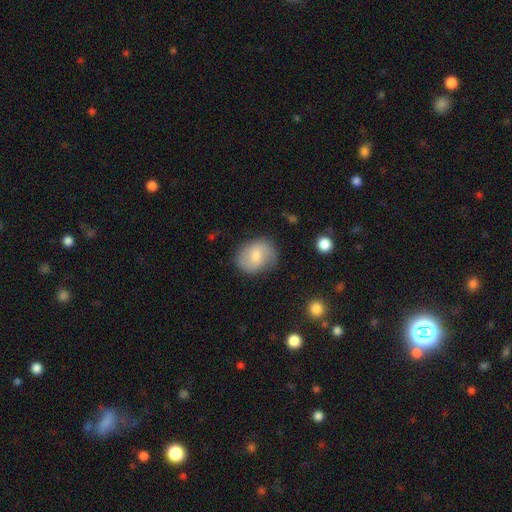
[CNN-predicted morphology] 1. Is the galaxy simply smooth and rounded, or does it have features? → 59% smooth, 34% featured or disk, 7% star or artifact.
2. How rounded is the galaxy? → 52% round, 47% in between, 1% cigar-shaped.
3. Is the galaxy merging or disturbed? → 74% none, 19% minor disturbance, 6% major disturbance, 2% merger.